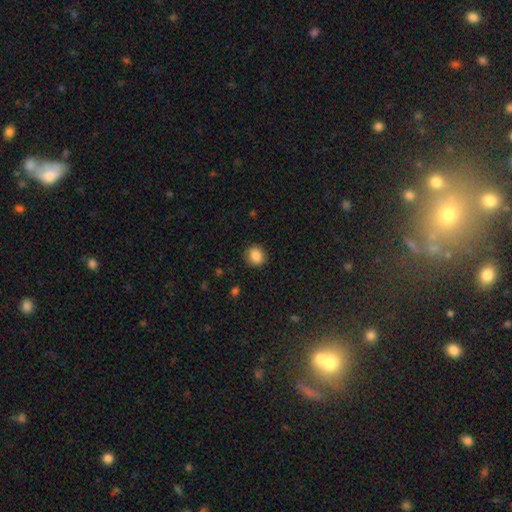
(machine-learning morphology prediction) This appears to be a smooth galaxy with no disk features (87%) that is round (78%). Merging: none (89%).